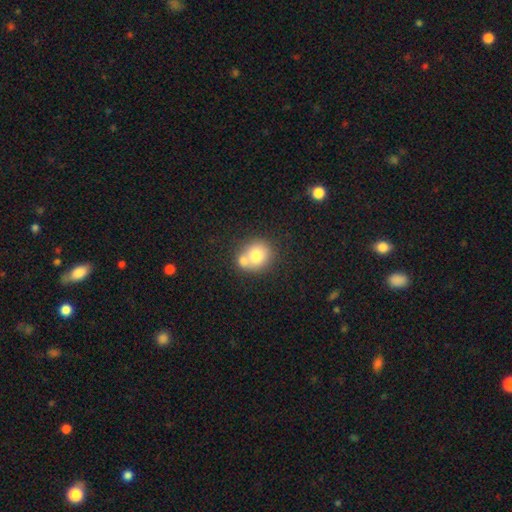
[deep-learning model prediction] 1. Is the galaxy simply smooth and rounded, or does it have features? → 73% smooth, 18% featured or disk, 9% star or artifact.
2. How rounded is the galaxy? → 78% round, 21% in between, 1% cigar-shaped.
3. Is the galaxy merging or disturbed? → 44% merger (tied), 44% none (tied), 10% minor disturbance, 3% major disturbance.